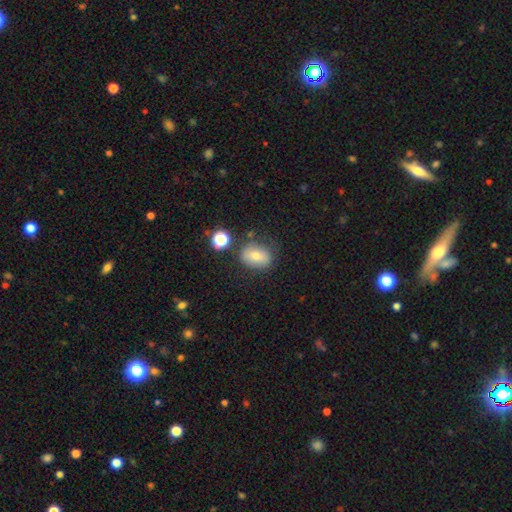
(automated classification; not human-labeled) Overall: smooth (72%). How rounded: in between (61%; round 37%). Merging: none (68%).